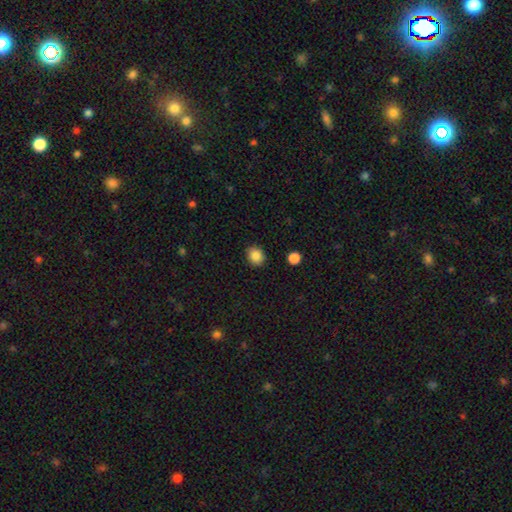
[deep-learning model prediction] A smooth galaxy with no disk features (86%) that is round (72%).

Vote fractions:
- Smooth or featured? smooth: 86% / star or artifact: 10% / featured or disk: 4%
- How rounded? round: 72% / in between: 27% / cigar-shaped: 1%
- Merging? none: 88% / minor disturbance: 8% / major disturbance: 2% / merger: 2%